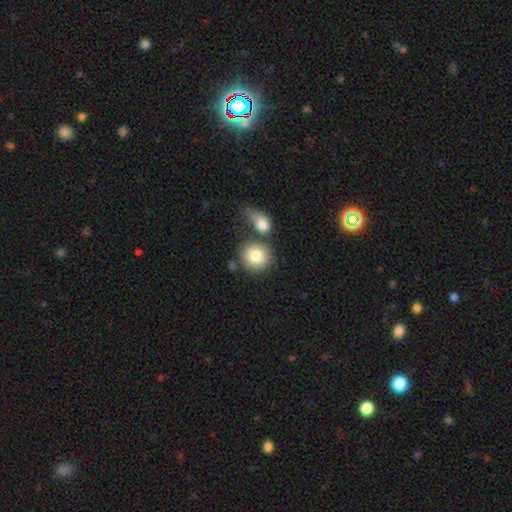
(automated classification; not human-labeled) Smooth or featured? Predicted: smooth (p=0.80). How rounded? Predicted: round (p=0.85). Merging? Predicted: none (p=0.60).